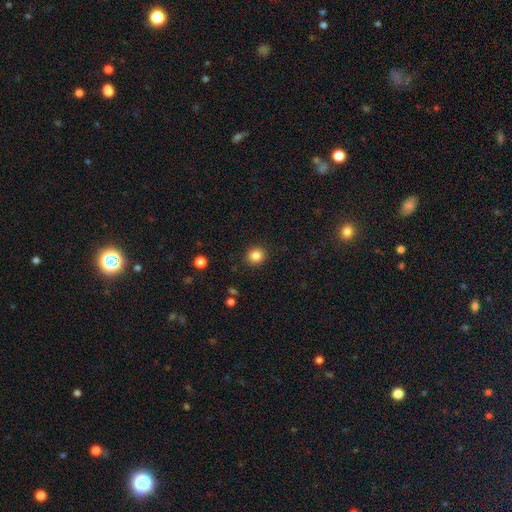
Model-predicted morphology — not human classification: Smooth or featured?
  - smooth: 85% *
  - star or artifact: 10%
  - featured or disk: 4%
How rounded?
  - round: 85% *
  - in between: 15%
  - cigar-shaped: 1%
Merging?
  - none: 90% *
  - minor disturbance: 6%
  - major disturbance: 2%
  - merger: 1%